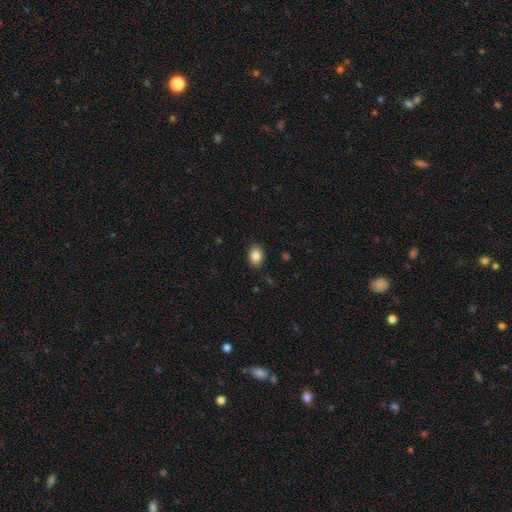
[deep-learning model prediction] The model was most divided on "how rounded": in between: 69%, round: 30%, cigar-shaped: 1%. More confident: merging — none (88%); smooth or featured — smooth (86%).